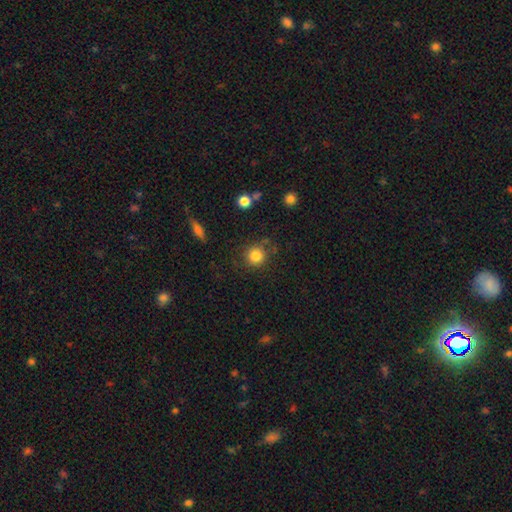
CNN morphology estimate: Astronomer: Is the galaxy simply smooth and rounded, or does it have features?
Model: smooth — 84%.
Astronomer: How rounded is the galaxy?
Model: round — 92%.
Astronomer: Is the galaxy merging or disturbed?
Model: none — 81%.